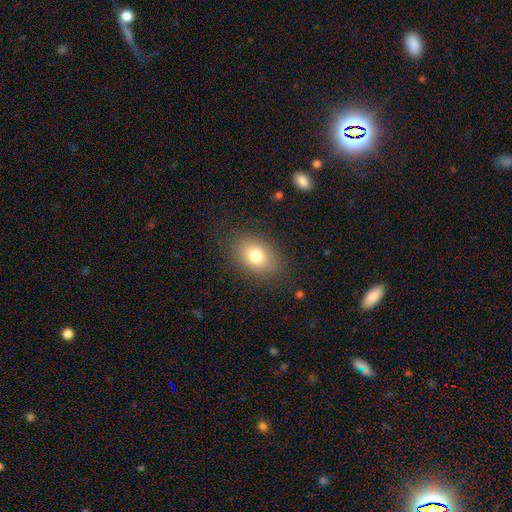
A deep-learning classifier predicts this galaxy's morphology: smooth-or-featured: smooth: 78% | featured or disk: 12% | star or artifact: 10%
  how-rounded: in between: 76% | round: 23% | cigar-shaped: 1%
  merging: none: 84% | minor disturbance: 10% | major disturbance: 4% | merger: 1%